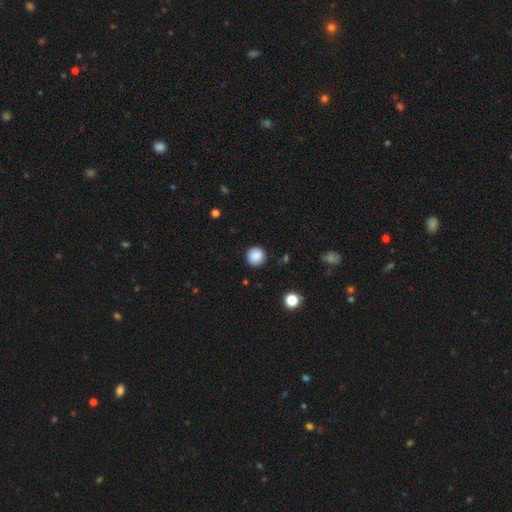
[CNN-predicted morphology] This appears to be a smooth galaxy with no disk features (87%) that is round (95%). Merging: none (90%).